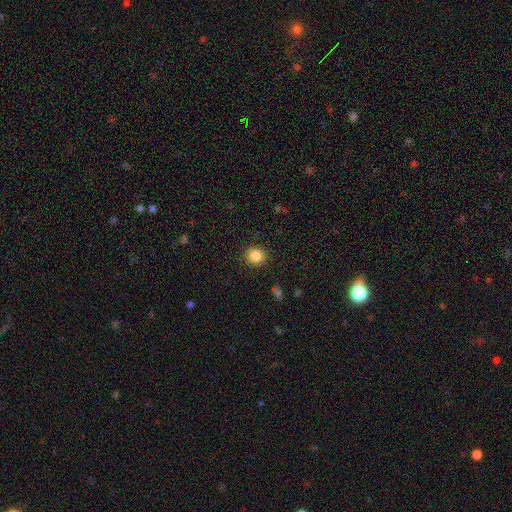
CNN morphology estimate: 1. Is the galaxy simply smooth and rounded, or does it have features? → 86% smooth, 10% star or artifact, 4% featured or disk.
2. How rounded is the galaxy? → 86% round, 13% in between, 1% cigar-shaped.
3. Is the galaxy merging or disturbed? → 90% none, 6% minor disturbance, 2% major disturbance, 1% merger.